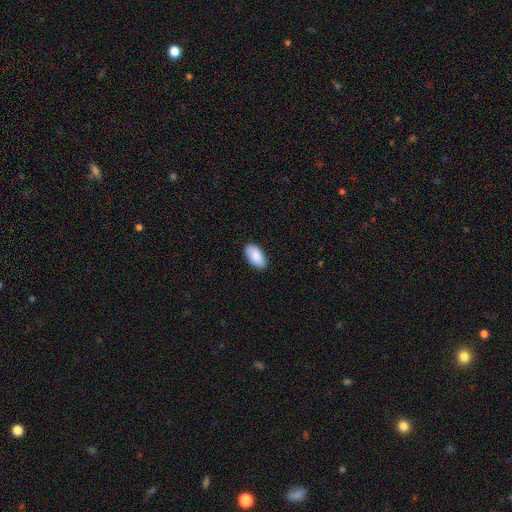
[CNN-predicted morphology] smooth-or-featured: smooth: 88% | featured or disk: 6% | star or artifact: 6%
  how-rounded: in between: 95% | round: 3% | cigar-shaped: 2%
  merging: none: 87% | minor disturbance: 10% | major disturbance: 2% | merger: 1%